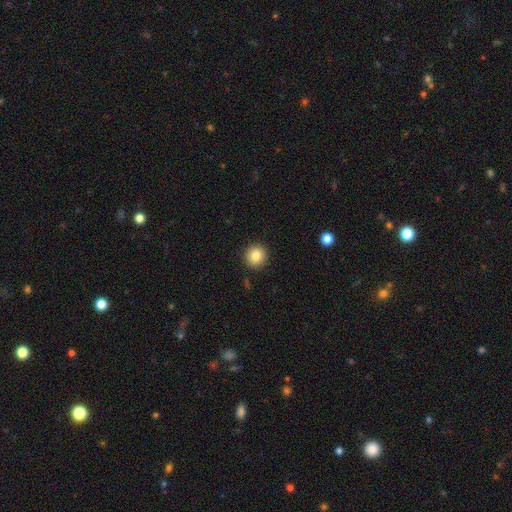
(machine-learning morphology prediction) The model was most divided on "smooth or featured": smooth: 85%, star or artifact: 10%, featured or disk: 6%. More confident: how rounded — round (92%); merging — none (91%).